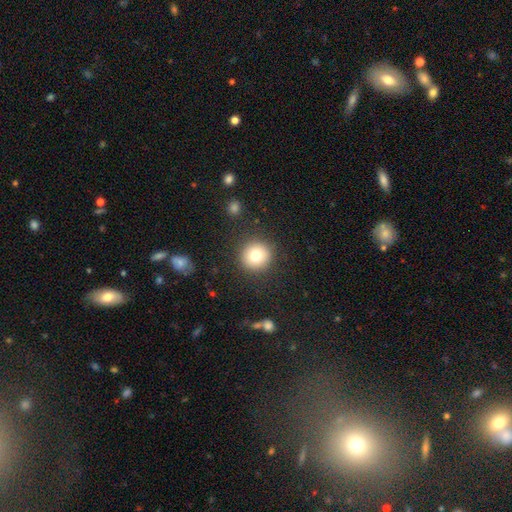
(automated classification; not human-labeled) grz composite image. It shows a smooth galaxy with no disk features (77%) that is round (94%). Merging: none (89%).